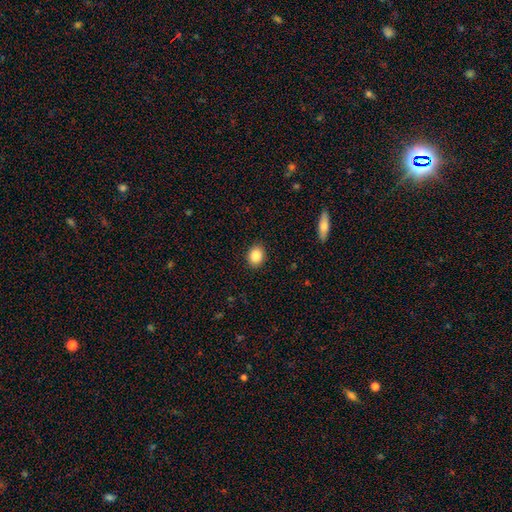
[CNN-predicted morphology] smooth 87%, star or artifact 9%, featured or disk 4%. Down the decision tree: how rounded — round (56%); merging — none (90%).